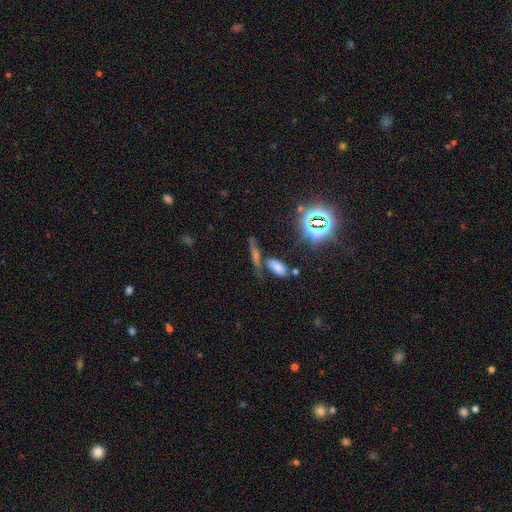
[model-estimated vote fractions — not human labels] Smooth or featured?
  - star or artifact: 41% *
  - smooth: 35%
  - featured or disk: 24%